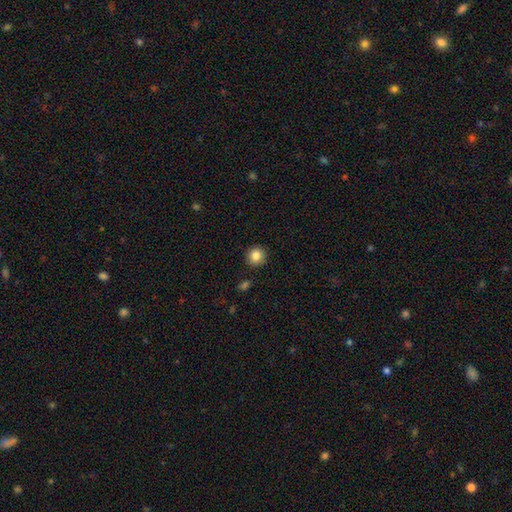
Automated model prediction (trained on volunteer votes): This appears to be a smooth galaxy with no disk features (85%) that is round (93%). Merging: none (91%).